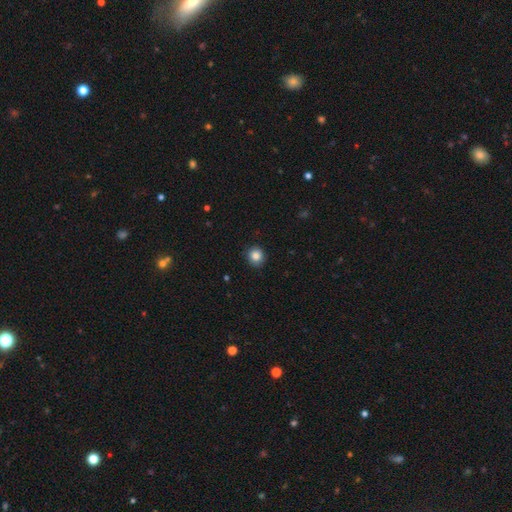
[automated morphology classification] A smooth galaxy with no disk features (85%) that is round (89%).

Vote fractions:
- Smooth or featured? smooth: 85% / star or artifact: 10% / featured or disk: 5%
- How rounded? round: 89% / in between: 10% / cigar-shaped: 1%
- Merging? none: 88% / minor disturbance: 9% / major disturbance: 2% / merger: 1%